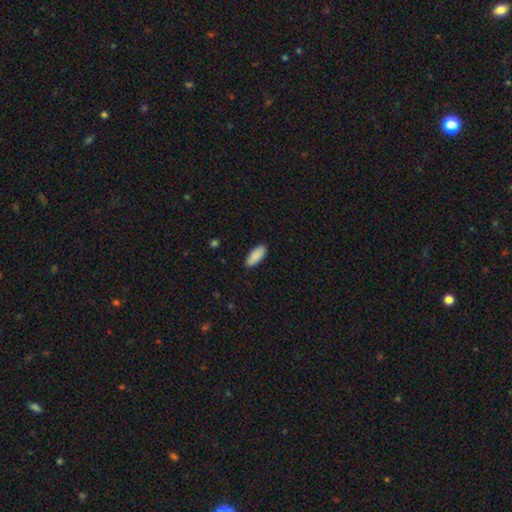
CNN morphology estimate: A smooth galaxy with no disk features (90%) that is in between round and cigar-shaped (80%). Merging: none (88%).